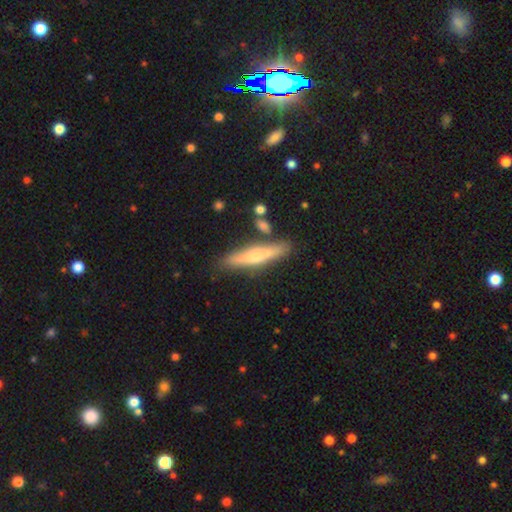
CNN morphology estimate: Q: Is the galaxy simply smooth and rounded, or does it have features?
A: featured or disk — 51%.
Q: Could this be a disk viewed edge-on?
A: yes — 90%.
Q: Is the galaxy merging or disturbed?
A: none — 83%.